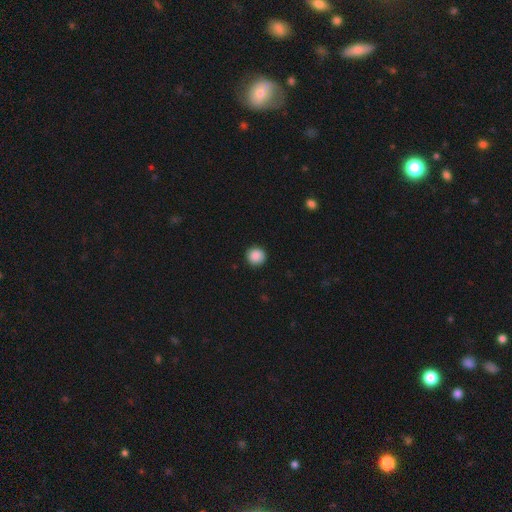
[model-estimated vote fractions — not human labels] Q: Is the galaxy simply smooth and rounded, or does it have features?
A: smooth — 88%.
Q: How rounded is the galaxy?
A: round — 94%.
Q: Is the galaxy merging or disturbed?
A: none — 91%.